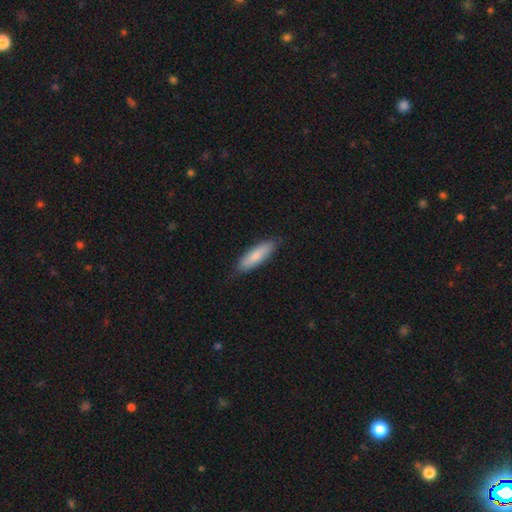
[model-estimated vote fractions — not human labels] Smooth or featured: smooth — 80% (featured or disk — 15%)
How rounded: cigar-shaped — 51% (in between — 47%)
Merging: none — 82% (minor disturbance — 15%)